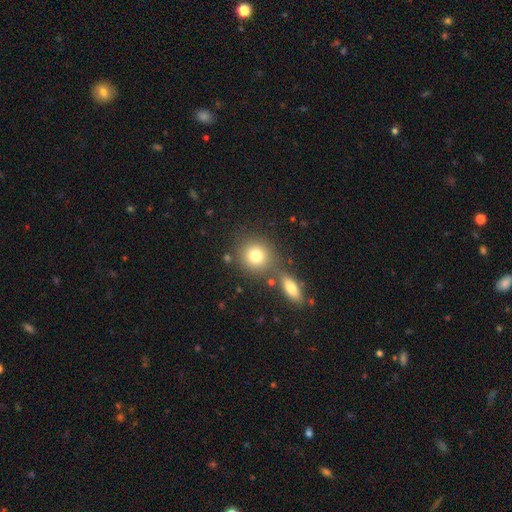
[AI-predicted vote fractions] Q: Smooth or featured?
A: smooth (78%); runner-up: featured or disk (11%)
Q: How rounded?
A: round (86%); runner-up: in between (12%)
Q: Merging?
A: none (68%); runner-up: merger (20%)